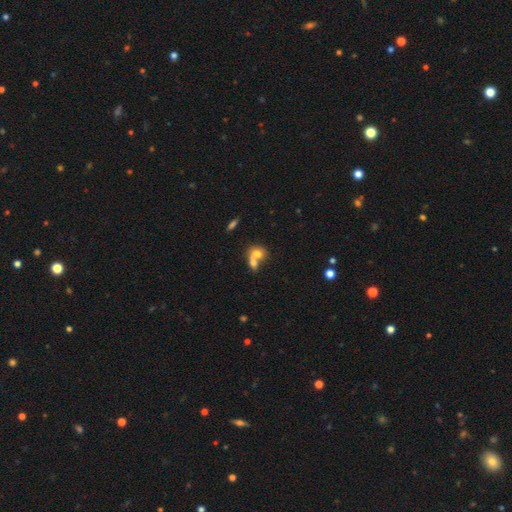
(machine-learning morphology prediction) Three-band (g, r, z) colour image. It shows a smooth galaxy with no disk features (67%) that is in between round and cigar-shaped (50%). Merging: merger (68%).